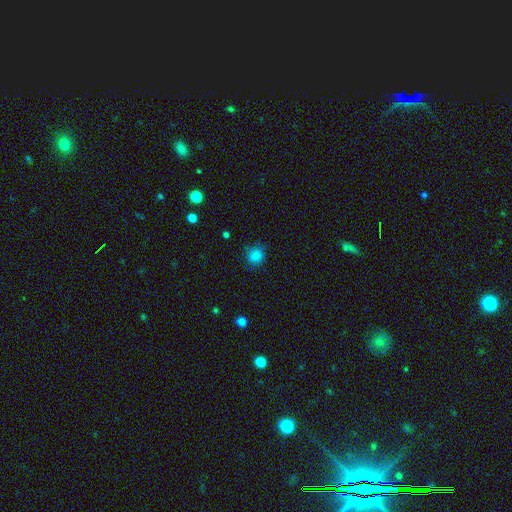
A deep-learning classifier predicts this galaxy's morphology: Smooth or featured: smooth — 84% (star or artifact — 11%)
How rounded: round — 83% (in between — 16%)
Merging: none — 77% (minor disturbance — 17%)